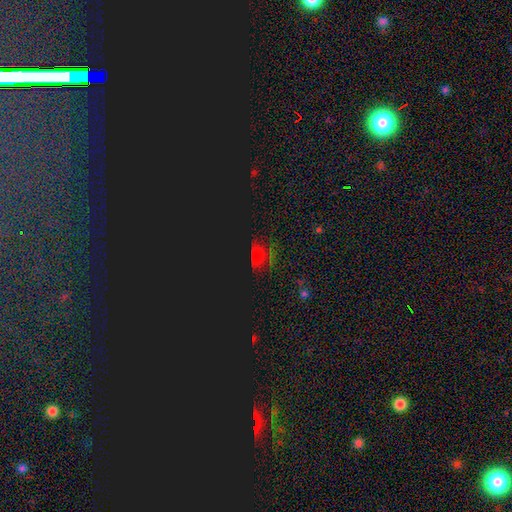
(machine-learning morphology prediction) Smooth or featured? star or artifact (62%)